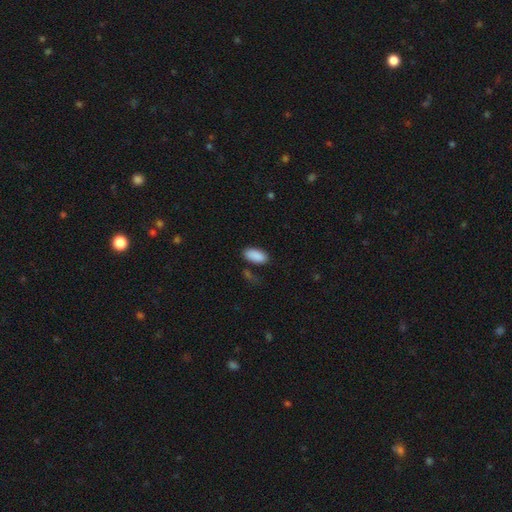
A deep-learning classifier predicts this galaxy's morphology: smooth_or_featured: smooth (p=0.90) [alt: star or artifact p=0.07]
how_rounded: in between (p=0.92) [alt: cigar-shaped p=0.05]
merging: none (p=0.81) [alt: minor disturbance p=0.12]